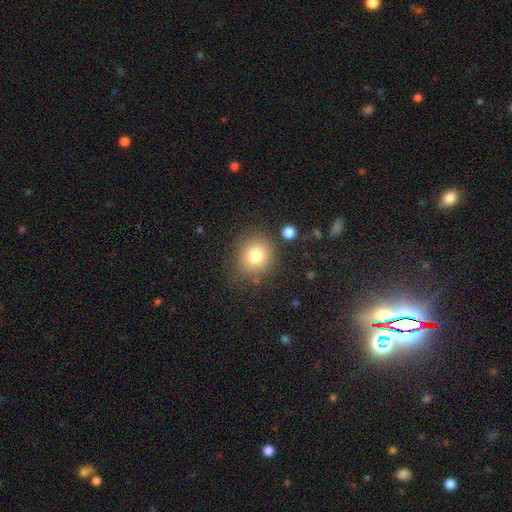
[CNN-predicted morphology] smooth-or-featured: smooth: 79% | star or artifact: 11% | featured or disk: 10%
  how-rounded: round: 82% | in between: 17% | cigar-shaped: 1%
  merging: none: 80% | minor disturbance: 12% | major disturbance: 5% | merger: 4%